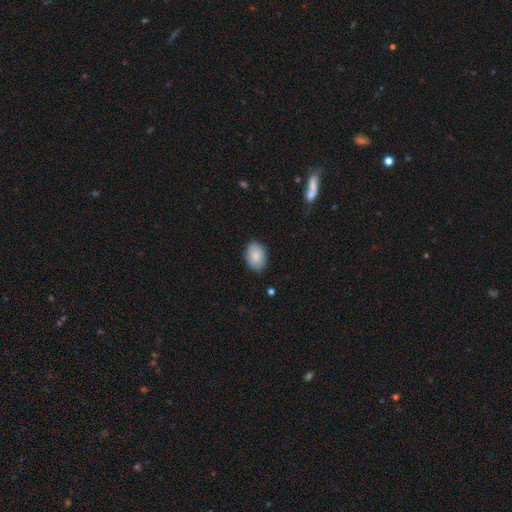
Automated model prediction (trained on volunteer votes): smooth-or-featured: smooth: 86% | featured or disk: 8% | star or artifact: 6%
  how-rounded: in between: 81% | round: 18% | cigar-shaped: 1%
  merging: none: 85% | minor disturbance: 12% | major disturbance: 2% | merger: 1%